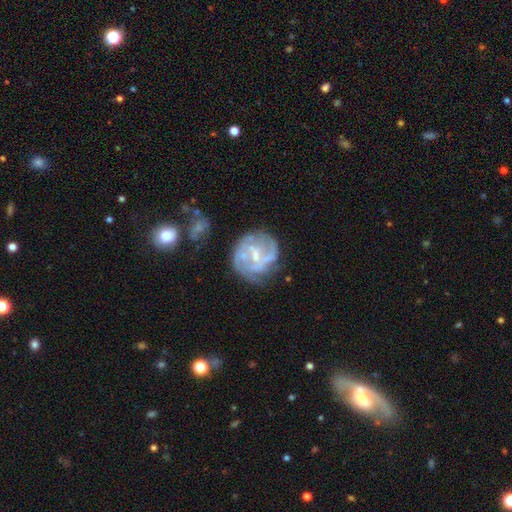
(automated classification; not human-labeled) Smooth or featured? Predicted: featured or disk (p=0.73). Edge-on disk? Predicted: no (p=0.98). Bar? Predicted: weak (p=0.48). Spiral arms? Predicted: yes (p=0.68). Bulge size? Predicted: small (p=0.52). Merging? Predicted: none (p=0.50).